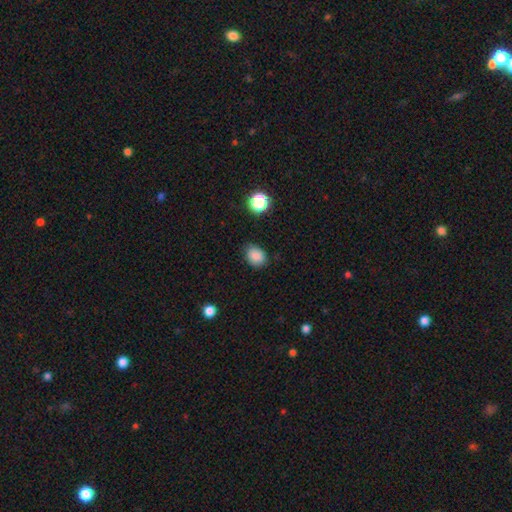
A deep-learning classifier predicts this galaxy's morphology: A smooth galaxy with no disk features (85%) that is in between round and cigar-shaped (62%).

Vote fractions:
- Smooth or featured? smooth: 85% / star or artifact: 10% / featured or disk: 4%
- How rounded? in between: 62% / round: 37% / cigar-shaped: 1%
- Merging? none: 77% / minor disturbance: 18% / major disturbance: 3% / merger: 2%